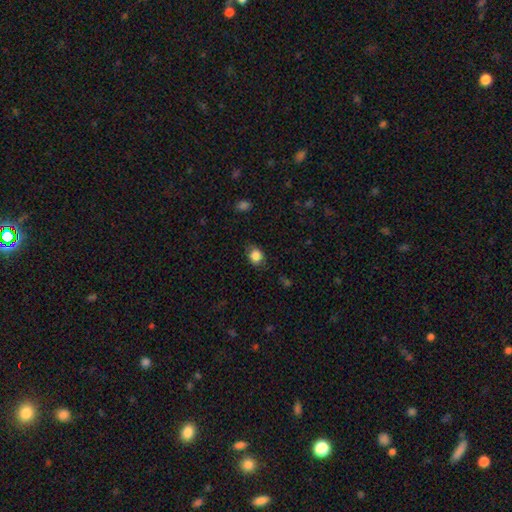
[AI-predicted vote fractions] smooth 85%, star or artifact 9%, featured or disk 6%. Down the decision tree: how rounded — round (56%); merging — none (73%).